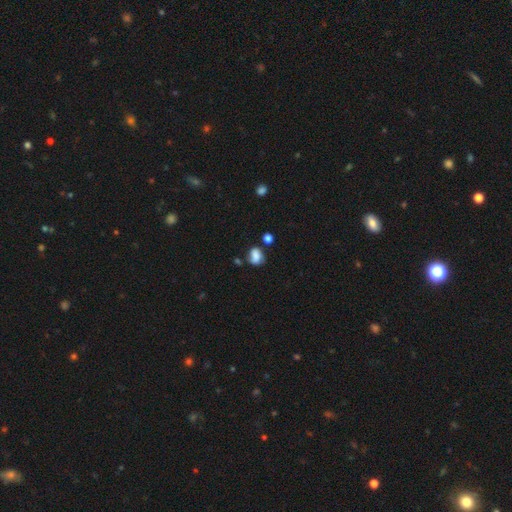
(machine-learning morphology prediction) smooth 75%, featured or disk 14%, star or artifact 11%. Down the decision tree: how rounded — in between (65%); merging — none (54%).